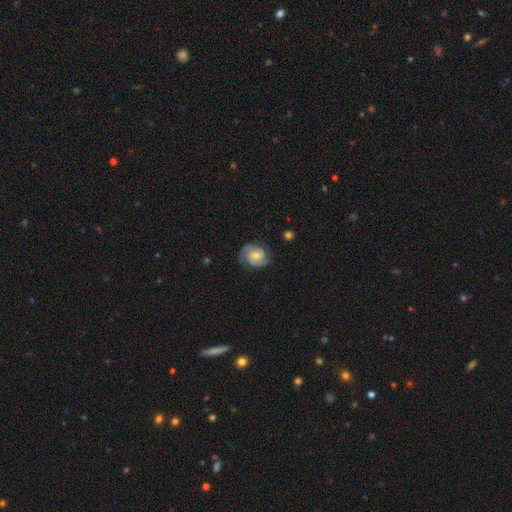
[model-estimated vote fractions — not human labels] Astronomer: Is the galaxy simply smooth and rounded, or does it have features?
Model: featured or disk — 81%.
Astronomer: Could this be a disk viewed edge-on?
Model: no — 98%.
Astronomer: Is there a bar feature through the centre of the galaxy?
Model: no — 55% (runner-up: weak, 37%).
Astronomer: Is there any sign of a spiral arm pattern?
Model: yes — 96%.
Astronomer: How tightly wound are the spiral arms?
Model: tight — 49% (runner-up: medium, 40%).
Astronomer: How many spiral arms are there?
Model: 2 — 76%.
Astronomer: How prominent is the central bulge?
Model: moderate — 48% (runner-up: small, 44%).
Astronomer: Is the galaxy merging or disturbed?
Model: none — 71%.